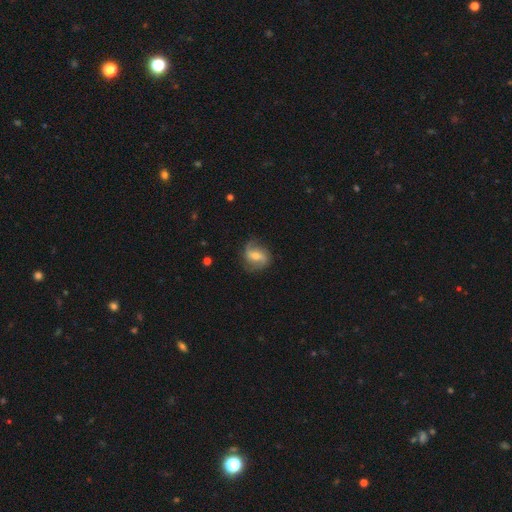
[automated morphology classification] type=featured or disk (69%); edge-on=no (96%); bar=weak (45%); spiral arms=yes (90%); winding=loose (48%); arm count=2 (84%); bulge=moderate (55%); merging=none (75%).